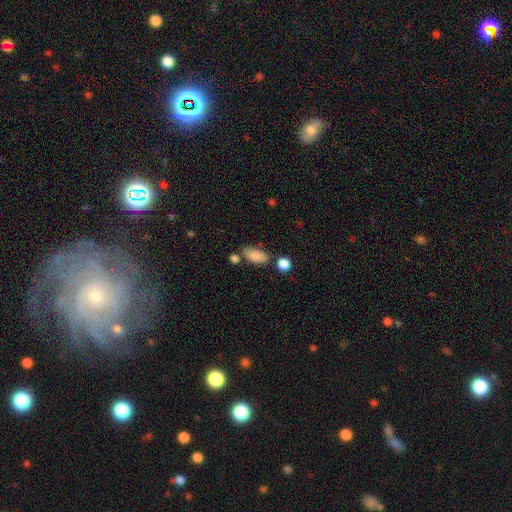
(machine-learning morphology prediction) Smooth or featured? Predicted: smooth (p=0.85). How rounded? Predicted: in between (p=0.87). Merging? Predicted: none (p=0.62).